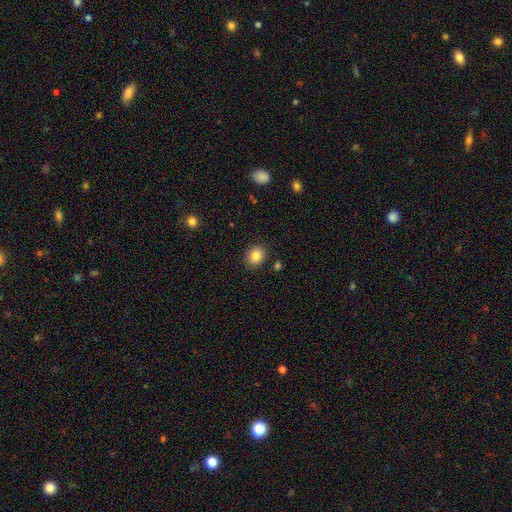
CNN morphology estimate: smooth-or-featured: smooth: 84% | star or artifact: 9% | featured or disk: 6%
  how-rounded: round: 65% | in between: 34% | cigar-shaped: 1%
  merging: none: 88% | minor disturbance: 8% | major disturbance: 2% | merger: 2%